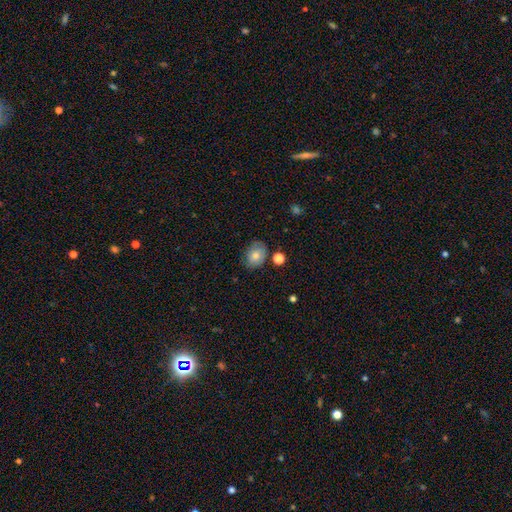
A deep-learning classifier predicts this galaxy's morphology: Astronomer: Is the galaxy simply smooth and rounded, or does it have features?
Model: smooth — 78%.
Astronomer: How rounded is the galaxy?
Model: in between — 67%.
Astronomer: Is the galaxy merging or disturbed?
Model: none — 73%.